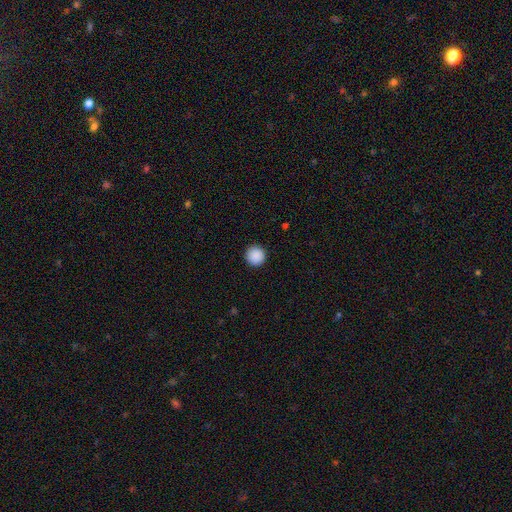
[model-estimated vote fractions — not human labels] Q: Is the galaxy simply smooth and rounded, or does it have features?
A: smooth — 90%.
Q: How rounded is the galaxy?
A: round — 97%.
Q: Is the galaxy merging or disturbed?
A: none — 93%.